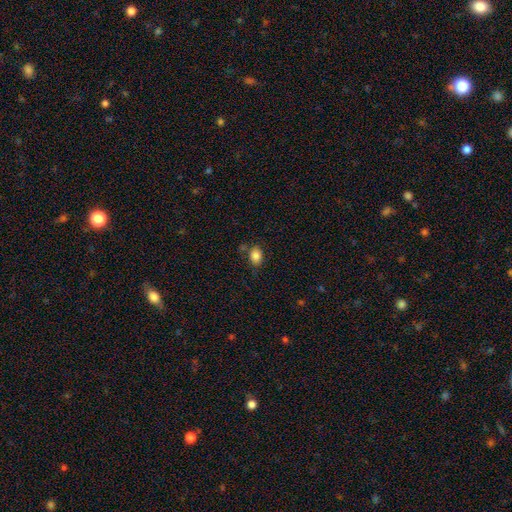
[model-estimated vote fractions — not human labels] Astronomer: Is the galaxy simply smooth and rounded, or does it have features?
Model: smooth — 84%.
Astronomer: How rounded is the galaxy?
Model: in between — 74%.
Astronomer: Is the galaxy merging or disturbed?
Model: none — 75%.